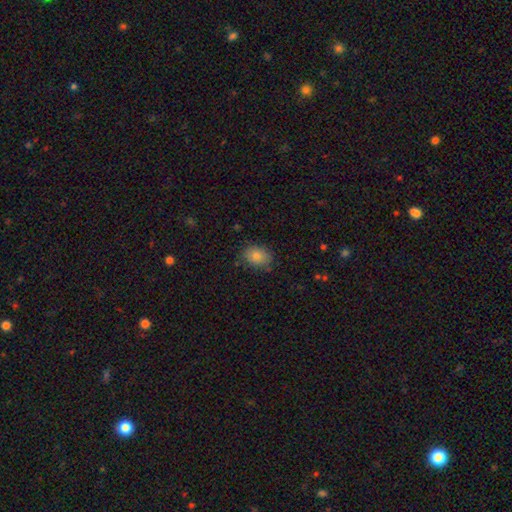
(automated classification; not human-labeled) smooth-or-featured: smooth: 82% | star or artifact: 9% | featured or disk: 9%
  how-rounded: in between: 67% | round: 32% | cigar-shaped: 1%
  merging: none: 81% | minor disturbance: 15% | major disturbance: 3% | merger: 2%